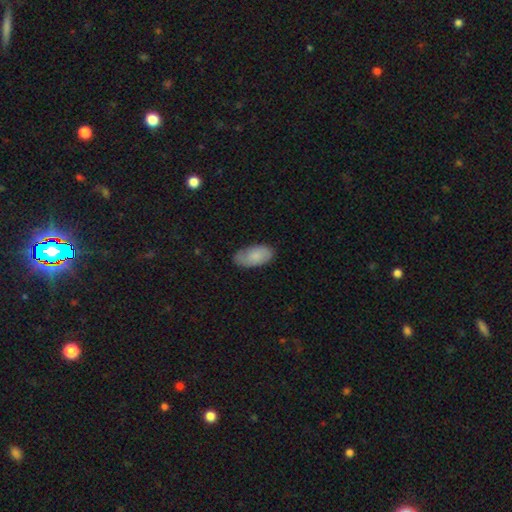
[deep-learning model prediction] Smooth or featured? smooth (74%)
How rounded? in between (94%)
Merging? none (73%)